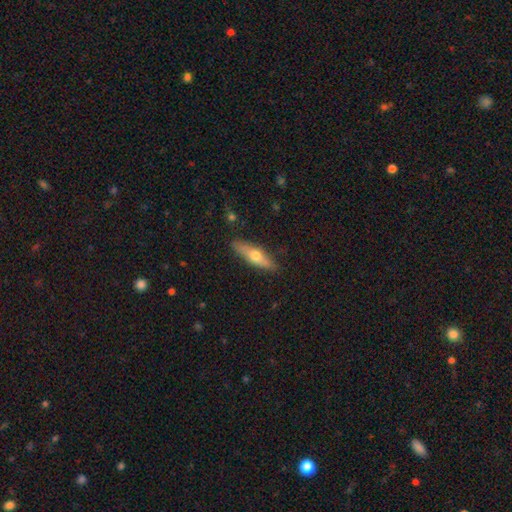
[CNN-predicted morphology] smooth 51%, featured or disk 43%, star or artifact 6%. Down the decision tree: how rounded — cigar-shaped (65%); merging — none (86%).